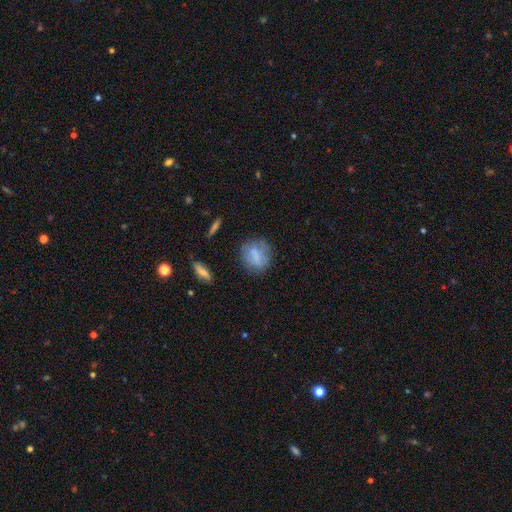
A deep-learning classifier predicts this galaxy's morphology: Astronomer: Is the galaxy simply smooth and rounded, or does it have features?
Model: smooth — 66%.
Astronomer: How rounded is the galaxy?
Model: round — 60% (runner-up: in between, 37%).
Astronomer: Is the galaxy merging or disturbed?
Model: none — 67%.